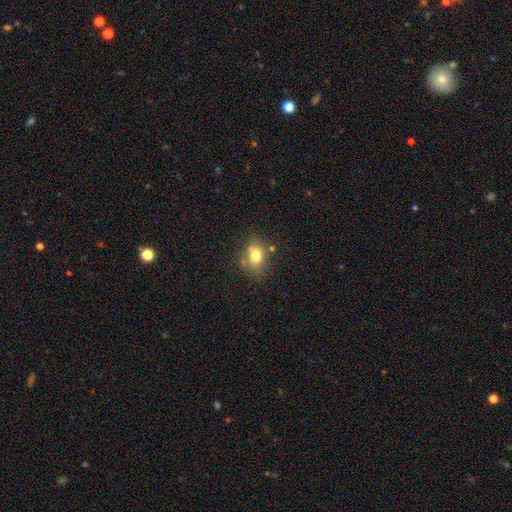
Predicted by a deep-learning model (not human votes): This appears to be a smooth galaxy with no disk features (74%) that is in between round and cigar-shaped (57%). Merging: none (61%).